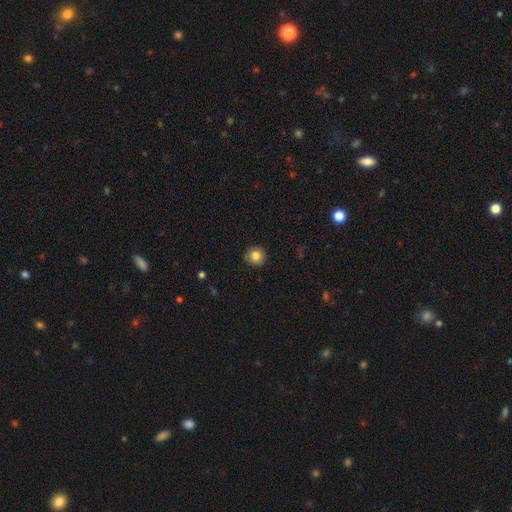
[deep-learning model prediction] Smooth or featured? Predicted: smooth (p=0.83). How rounded? Predicted: round (p=0.94). Merging? Predicted: none (p=0.90).